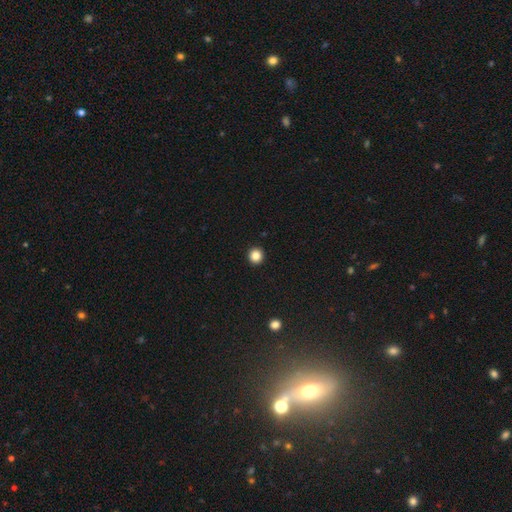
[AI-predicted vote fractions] smooth_or_featured: smooth (p=0.85) [alt: star or artifact p=0.11]
how_rounded: round (p=0.93) [alt: in between p=0.06]
merging: none (p=0.94) [alt: minor disturbance p=0.04]